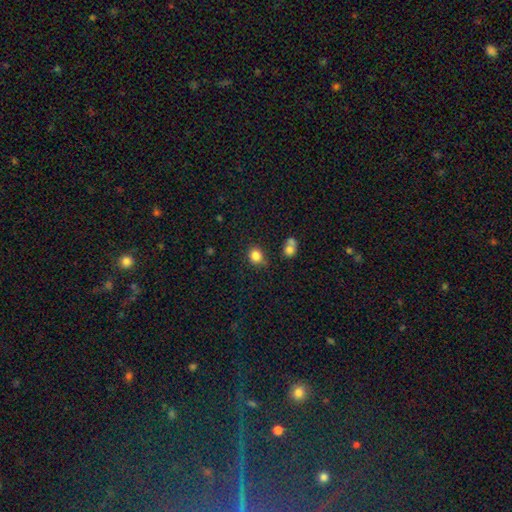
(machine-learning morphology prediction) Smooth or featured?
  - smooth: 83% *
  - star or artifact: 11%
  - featured or disk: 5%
How rounded?
  - round: 76% *
  - in between: 23%
  - cigar-shaped: 1%
Merging?
  - none: 71% *
  - minor disturbance: 17%
  - merger: 7%
  - major disturbance: 5%